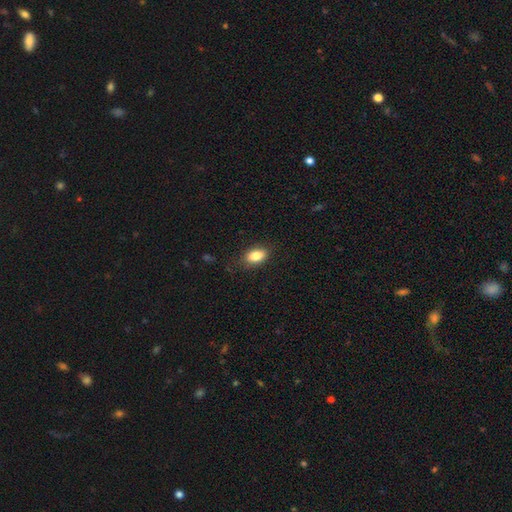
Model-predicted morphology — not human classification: smooth_or_featured: smooth (p=0.84) [alt: star or artifact p=0.08]
how_rounded: in between (p=0.88) [alt: round p=0.09]
merging: none (p=0.82) [alt: minor disturbance p=0.13]